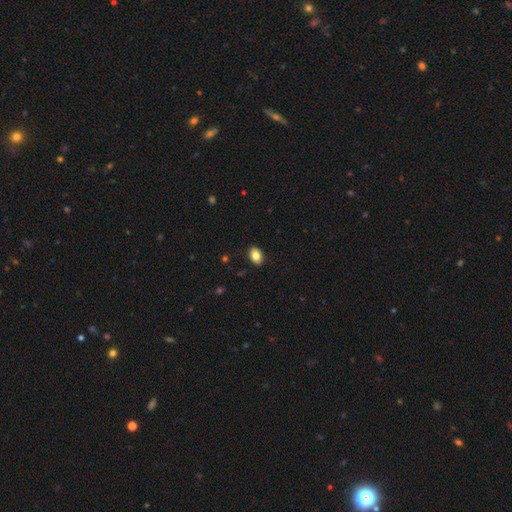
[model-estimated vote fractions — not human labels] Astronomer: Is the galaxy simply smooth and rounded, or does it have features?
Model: smooth — 83%.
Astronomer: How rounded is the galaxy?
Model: in between — 81%.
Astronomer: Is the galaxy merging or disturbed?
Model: none — 89%.